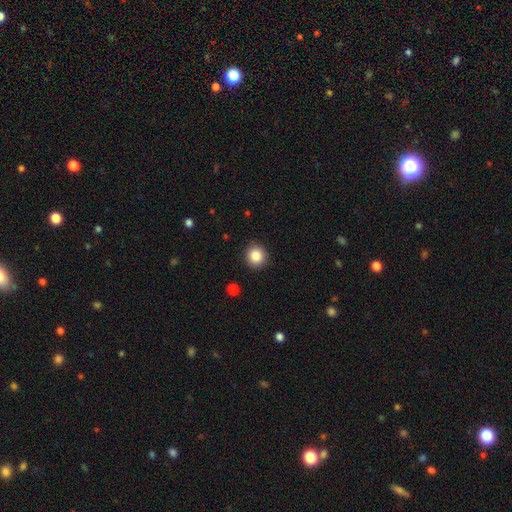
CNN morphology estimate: smooth-or-featured: smooth: 85% | star or artifact: 10% | featured or disk: 5%
  how-rounded: round: 92% | in between: 7% | cigar-shaped: 1%
  merging: none: 91% | minor disturbance: 6% | major disturbance: 2% | merger: 1%